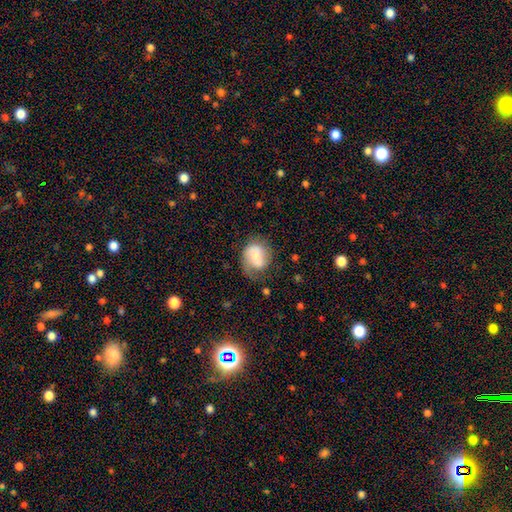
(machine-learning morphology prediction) Smooth or featured?
  - smooth: 49% *
  - featured or disk: 43%
  - star or artifact: 7%
Merging?
  - none: 50% *
  - minor disturbance: 28%
  - major disturbance: 19%
  - merger: 3%